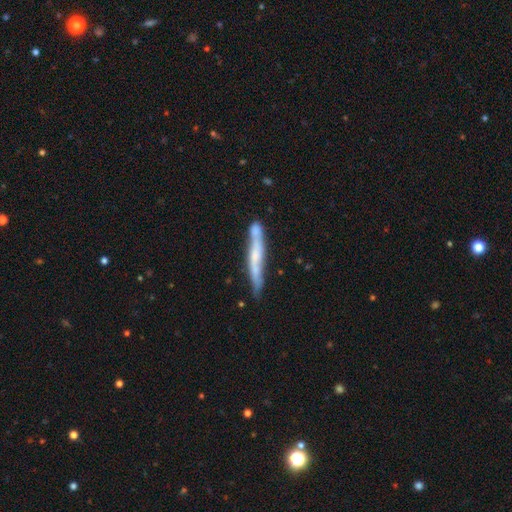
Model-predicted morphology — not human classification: This is possibly a featured or disk galaxy (58%). It is clearly viewed edge-on (83%). Merging: likely none (67%).